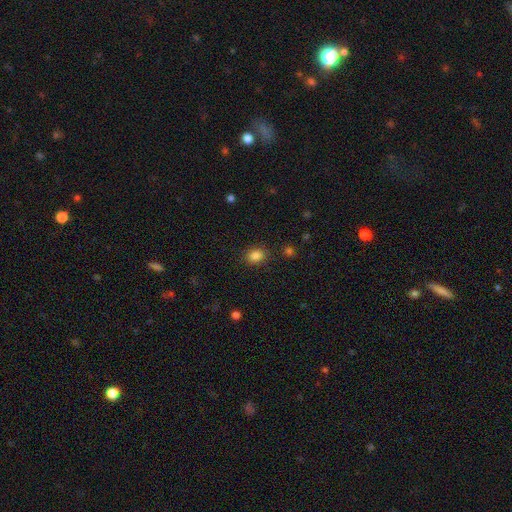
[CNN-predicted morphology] A smooth galaxy with no disk features (85%) that is in between round and cigar-shaped (55%). Merging: none (86%).